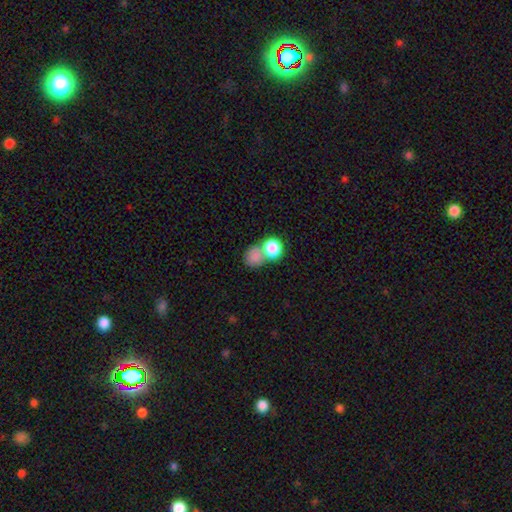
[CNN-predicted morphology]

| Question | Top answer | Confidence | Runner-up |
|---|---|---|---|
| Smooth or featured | smooth | 82% | star or artifact (10%) |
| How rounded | round | 70% | in between (29%) |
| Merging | merger | 54% | none (32%) |